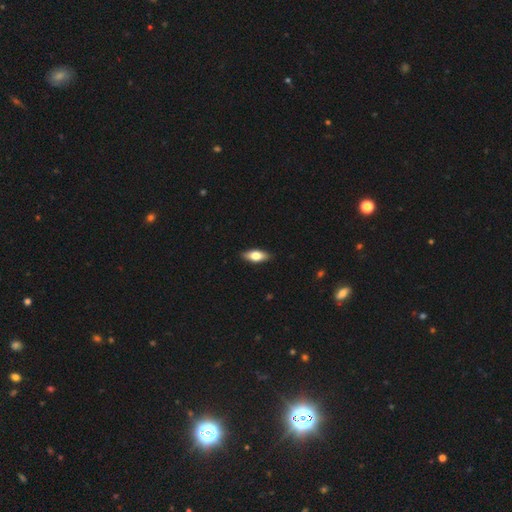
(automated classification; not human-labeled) Overall: smooth (71%). How rounded: in between (78%). Merging: none (89%).